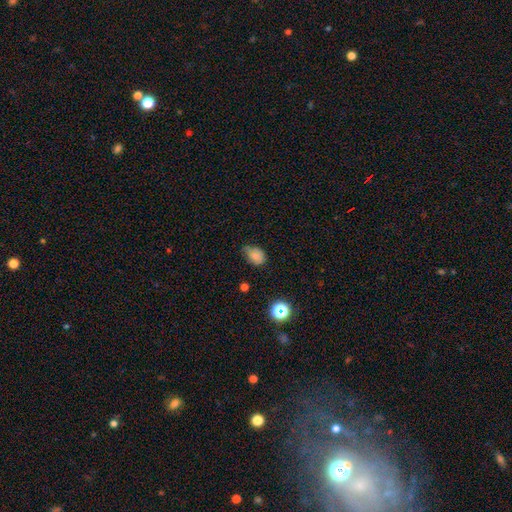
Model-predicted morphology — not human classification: Smooth or featured?
  - smooth: 75% *
  - star or artifact: 13%
  - featured or disk: 13%
How rounded?
  - in between: 66% *
  - round: 33%
  - cigar-shaped: 1%
Merging?
  - minor disturbance: 44% *
  - none: 43%
  - major disturbance: 11%
  - merger: 2%